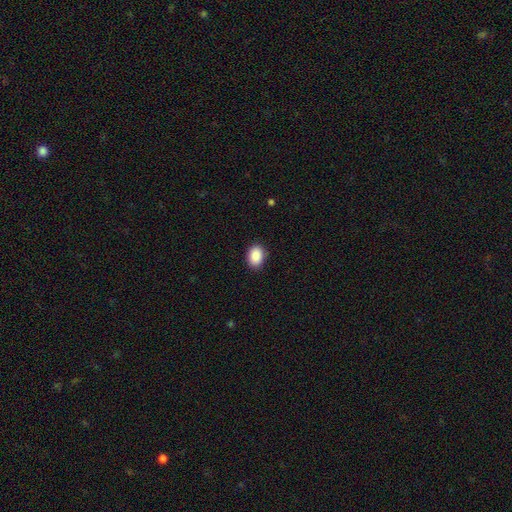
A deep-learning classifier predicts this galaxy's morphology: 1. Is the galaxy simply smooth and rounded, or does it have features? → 90% smooth, 8% star or artifact, 3% featured or disk.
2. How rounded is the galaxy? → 78% in between, 21% round, 1% cigar-shaped.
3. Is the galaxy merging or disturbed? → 88% none, 9% minor disturbance, 2% major disturbance, 1% merger.